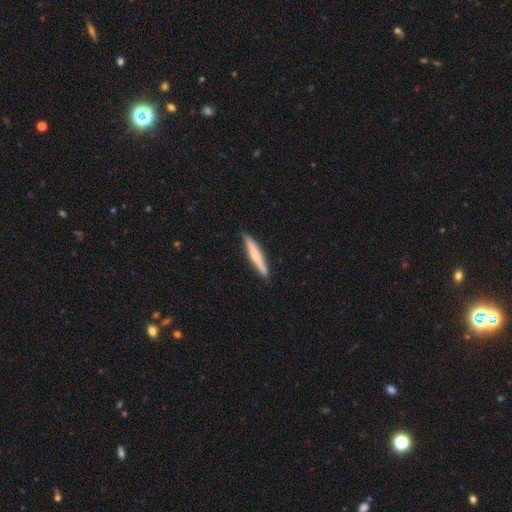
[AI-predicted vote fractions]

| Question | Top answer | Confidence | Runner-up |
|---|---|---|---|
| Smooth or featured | smooth | 52% | featured or disk (42%) |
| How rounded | cigar-shaped | 93% | in between (5%) |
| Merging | none | 88% | minor disturbance (9%) |